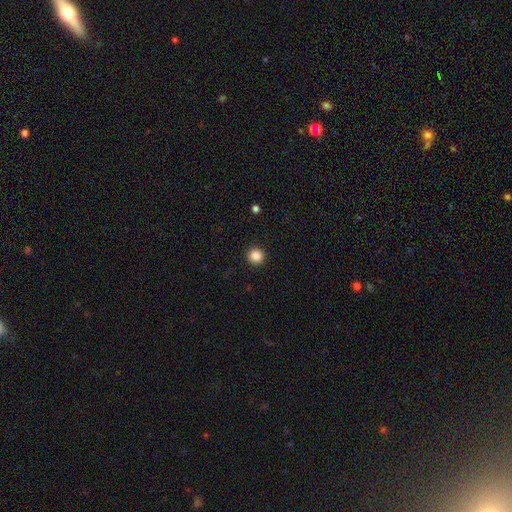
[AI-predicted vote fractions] This is clearly a smooth galaxy (87%). How rounded: clearly round (95%). Merging: clearly none (93%).